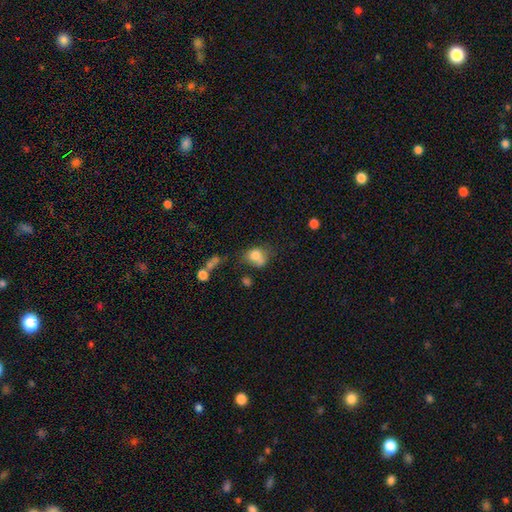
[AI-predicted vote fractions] This is likely a smooth galaxy (75%). How rounded: possibly round (56%). Merging: marginally none (36%).